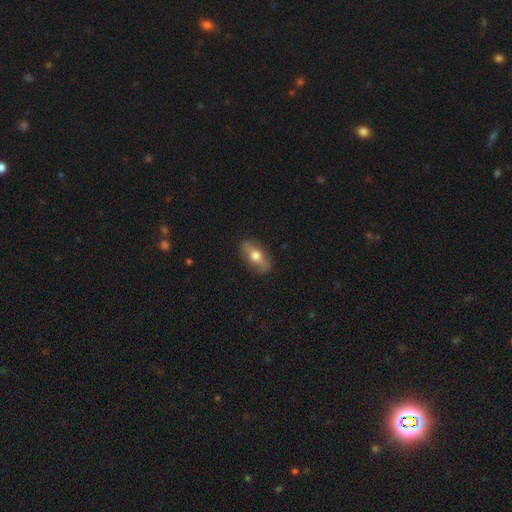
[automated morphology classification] Smooth or featured: featured or disk — 51% (smooth — 43%)
Edge-on disk: no — 57% (yes — 43%)
Merging: none — 84% (minor disturbance — 11%)